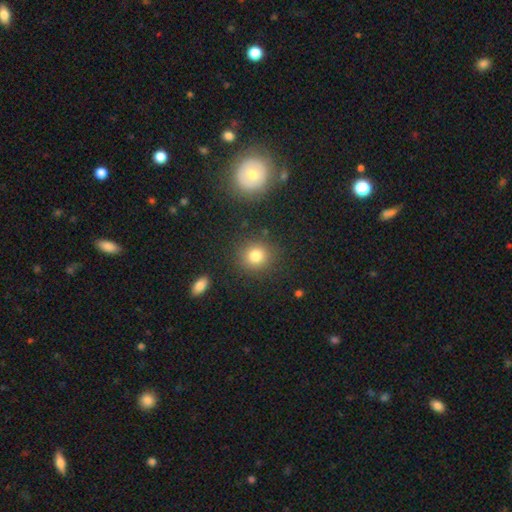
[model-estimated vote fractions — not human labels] Smooth or featured? smooth (80%)
How rounded? round (86%)
Merging? none (87%)